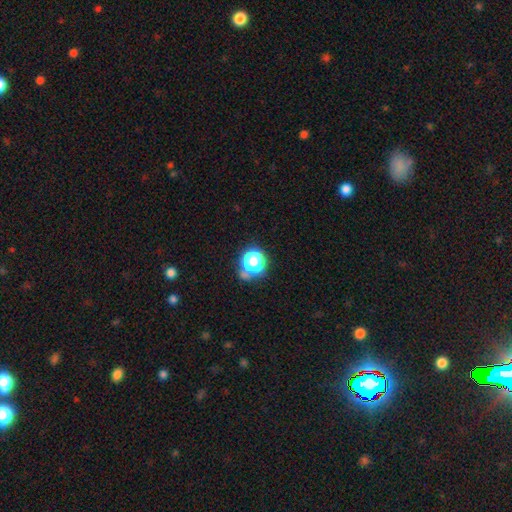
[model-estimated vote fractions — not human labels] This is likely a smooth galaxy (61%). How rounded: clearly round (85%). Merging: likely none (64%).